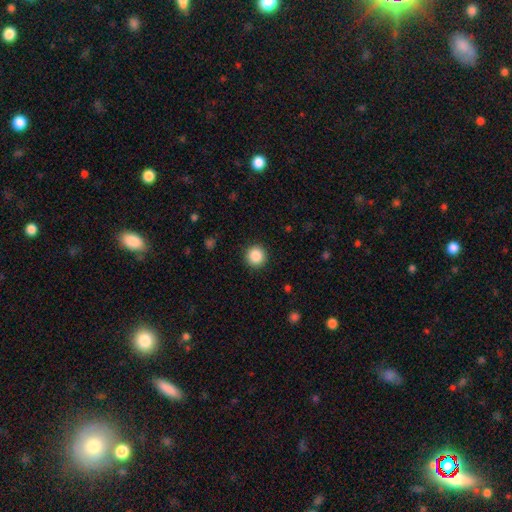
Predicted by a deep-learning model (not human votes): A smooth galaxy with no disk features (87%) that is round (95%). Merging: none (92%).